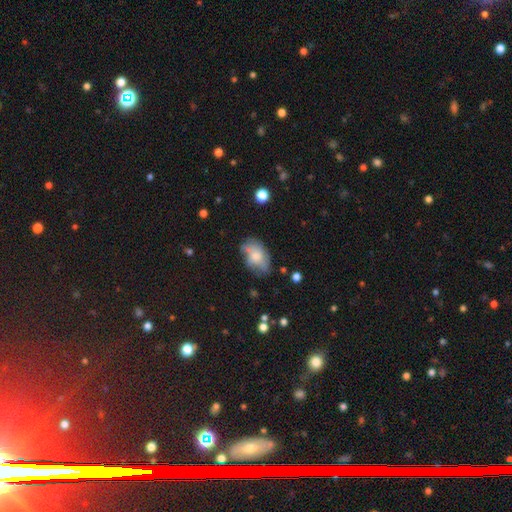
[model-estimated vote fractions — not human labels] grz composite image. It shows a smooth galaxy with no disk features (64%) that is in between round and cigar-shaped (87%). Merging: none (50%).